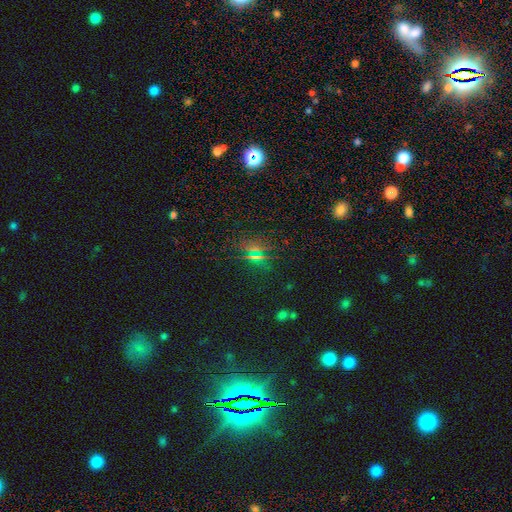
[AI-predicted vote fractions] Q: Smooth or featured?
A: star or artifact (47%); runner-up: smooth (42%)